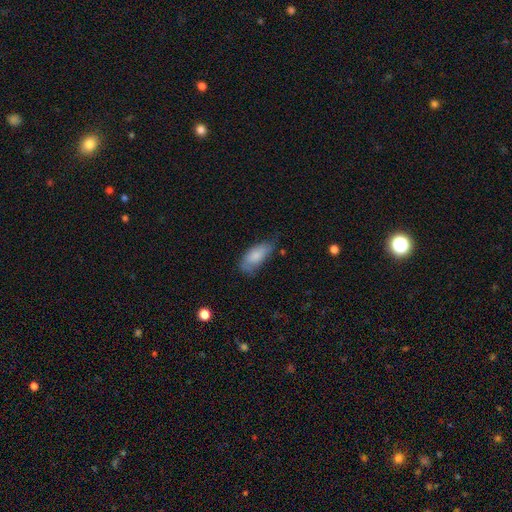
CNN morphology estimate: Smooth or featured: smooth — 80% (featured or disk — 13%)
How rounded: in between — 87% (cigar-shaped — 11%)
Merging: none — 48% (minor disturbance — 38%)